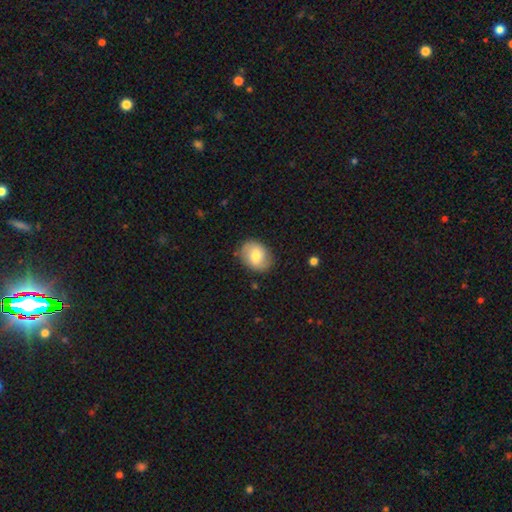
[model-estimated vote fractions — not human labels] Smooth or featured?
  - smooth: 73% *
  - featured or disk: 20%
  - star or artifact: 7%
How rounded?
  - in between: 62% *
  - round: 37%
  - cigar-shaped: 1%
Merging?
  - none: 83% *
  - minor disturbance: 13%
  - major disturbance: 3%
  - merger: 1%